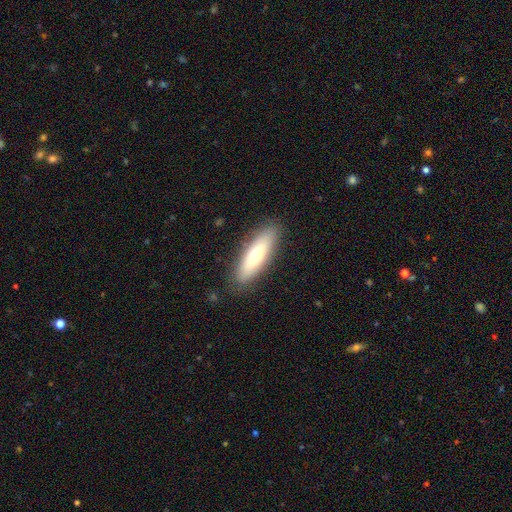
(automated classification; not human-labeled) Smooth or featured?
  - smooth: 64% *
  - featured or disk: 30%
  - star or artifact: 6%
How rounded?
  - cigar-shaped: 52% *
  - in between: 46%
  - round: 2%
Merging?
  - none: 86% *
  - minor disturbance: 10%
  - major disturbance: 3%
  - merger: 1%